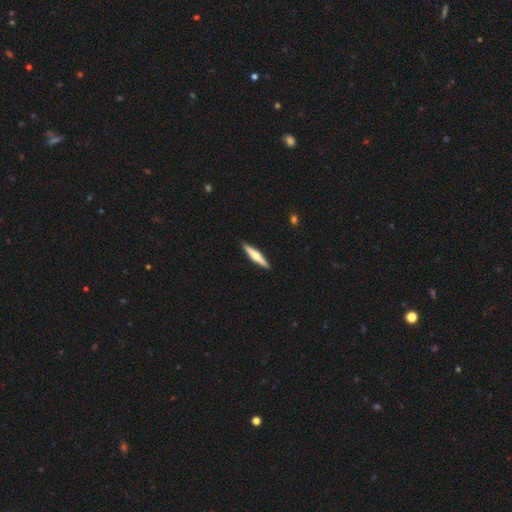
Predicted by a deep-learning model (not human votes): featured or disk 62%, smooth 33%, star or artifact 5%. Down the decision tree: edge-on disk — yes (97%); edge-on bulge — rounded (88%); merging — none (92%).